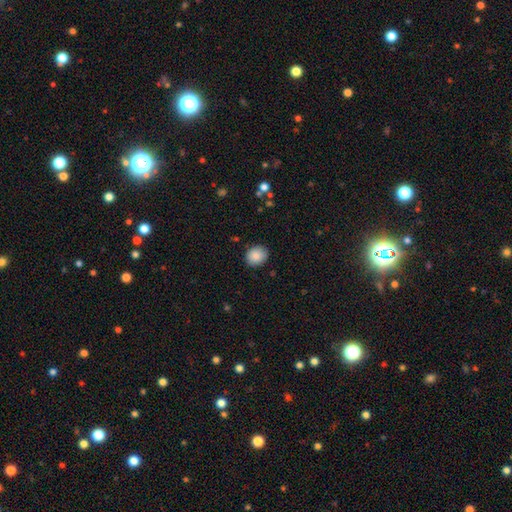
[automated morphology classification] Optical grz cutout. It shows a smooth galaxy with no disk features (87%) that is round (64%). Merging: none (87%).